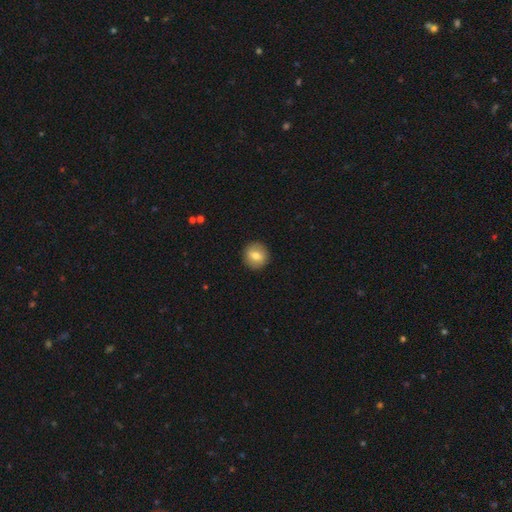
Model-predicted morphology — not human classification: smooth_or_featured: smooth (p=0.75) [alt: featured or disk p=0.17]
how_rounded: round (p=0.91) [alt: in between p=0.08]
merging: none (p=0.91) [alt: minor disturbance p=0.06]